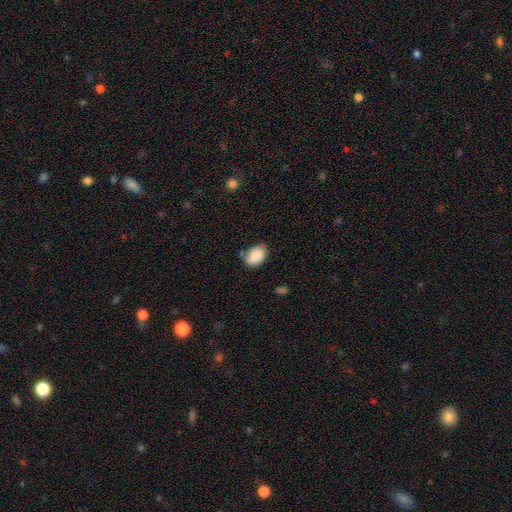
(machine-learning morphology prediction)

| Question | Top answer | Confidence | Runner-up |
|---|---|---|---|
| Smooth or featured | smooth | 88% | star or artifact (7%) |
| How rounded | in between | 83% | round (16%) |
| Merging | none | 62% | minor disturbance (27%) |